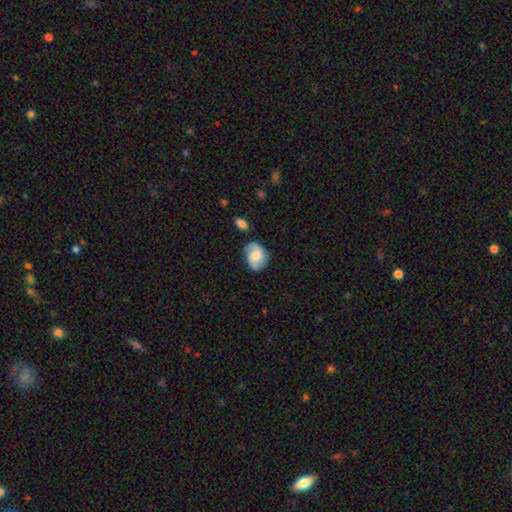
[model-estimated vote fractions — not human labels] Smooth or featured? featured or disk (56%)
Edge-on disk? no (97%)
Bar? no (55%)
Spiral arms? yes (92%)
Spiral winding? medium (46%)
Spiral arm count? 2 (82%)
Bulge size? moderate (36%)
Merging? none (69%)